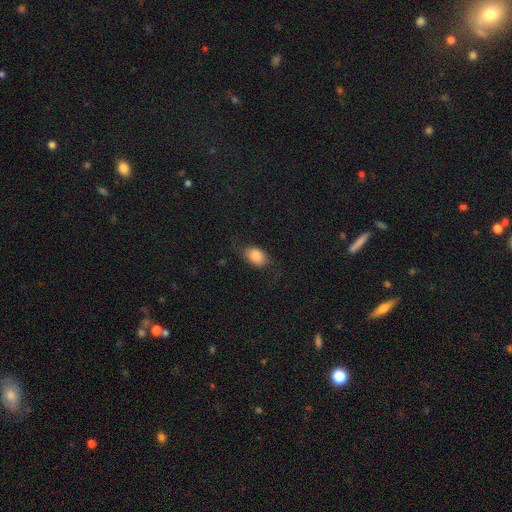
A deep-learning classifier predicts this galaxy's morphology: The model was most divided on "merging": none: 69%, minor disturbance: 20%, major disturbance: 10%, merger: 1%. More confident: how rounded — in between (83%); smooth or featured — smooth (81%).